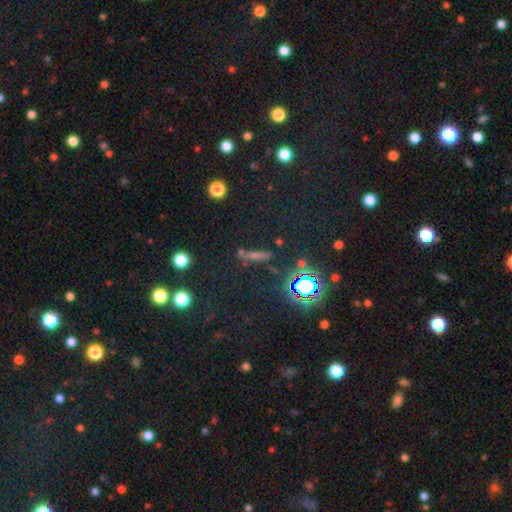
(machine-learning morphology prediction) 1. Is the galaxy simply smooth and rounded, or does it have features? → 39% smooth, 38% star or artifact, 22% featured or disk.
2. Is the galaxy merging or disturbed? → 78% none, 11% minor disturbance, 6% merger, 5% major disturbance.